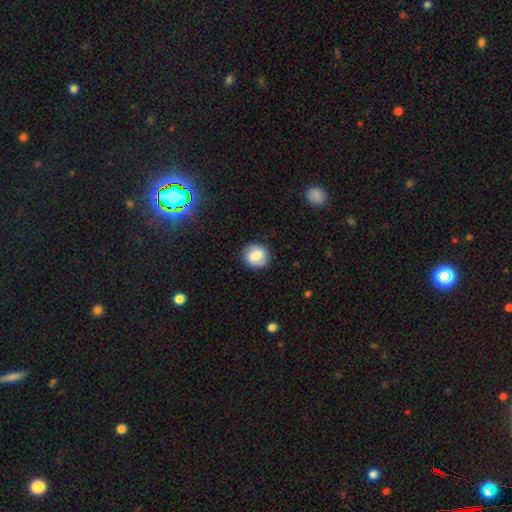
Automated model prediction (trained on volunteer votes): Overall: smooth (75%). How rounded: round (79%). Merging: none (87%).